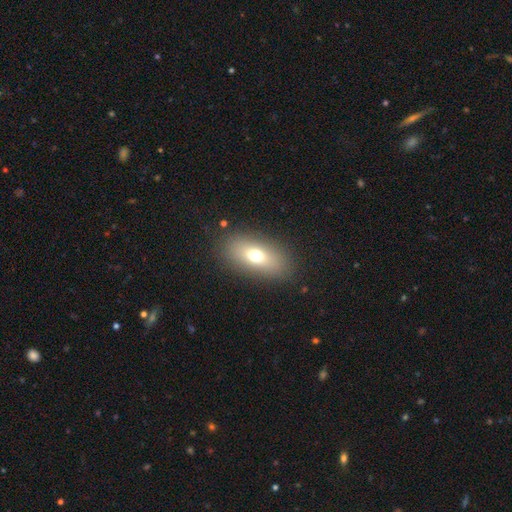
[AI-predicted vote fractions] Smooth or featured? smooth (69%)
How rounded? in between (83%)
Merging? none (86%)